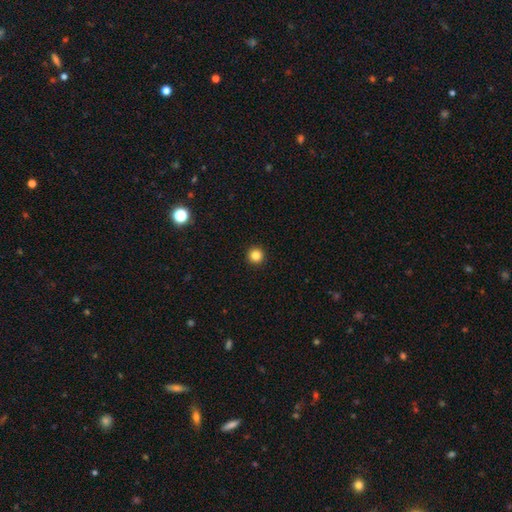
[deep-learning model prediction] Smooth or featured: smooth — 84% (star or artifact — 12%)
How rounded: round — 96% (in between — 3%)
Merging: none — 94% (minor disturbance — 4%)